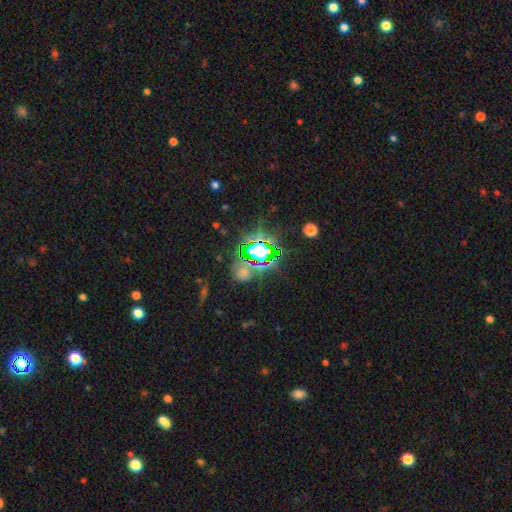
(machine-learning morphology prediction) A star or artifact, not a galaxy (81%).

Vote fractions:
- Smooth or featured? star or artifact: 81% / smooth: 11% / featured or disk: 8%